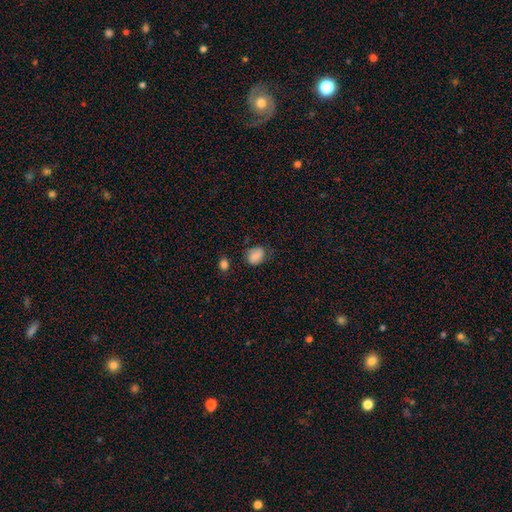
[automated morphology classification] Smooth or featured? Predicted: smooth (p=0.80). How rounded? Predicted: in between (p=0.60). Merging? Predicted: none (p=0.60).